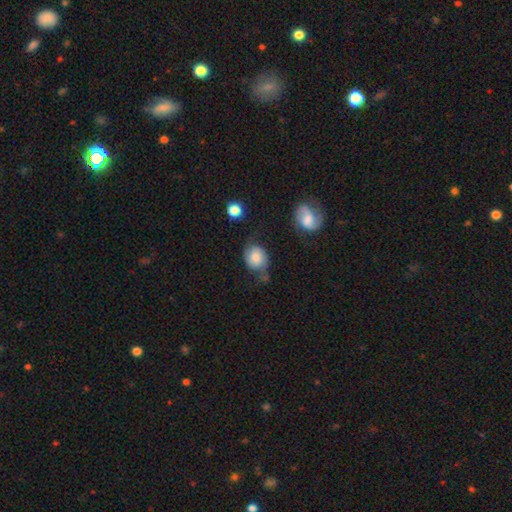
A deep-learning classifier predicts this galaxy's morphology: smooth-or-featured: smooth: 60% | featured or disk: 32% | star or artifact: 8%
  how-rounded: round: 64% | in between: 35% | cigar-shaped: 1%
  merging: none: 45% | minor disturbance: 32% | major disturbance: 16% | merger: 7%